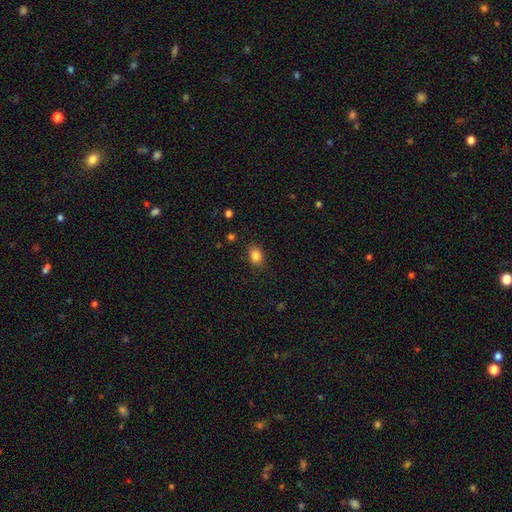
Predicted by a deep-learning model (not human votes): Morphology: type=smooth (84%); roundness=in between (70%); merging=none (86%).